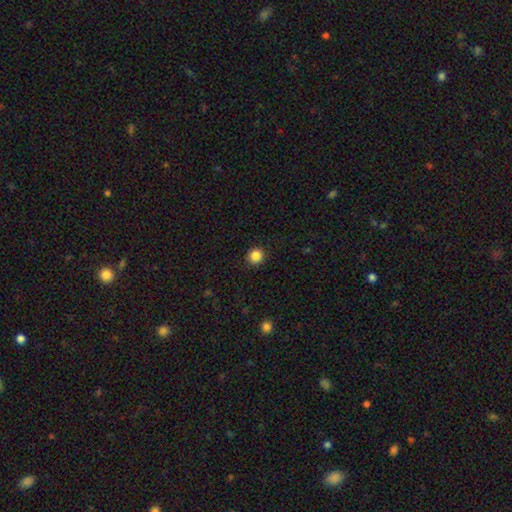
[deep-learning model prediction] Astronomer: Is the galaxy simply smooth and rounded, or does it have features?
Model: smooth — 86%.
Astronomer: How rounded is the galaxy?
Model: round — 93%.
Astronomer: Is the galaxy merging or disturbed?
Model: none — 92%.